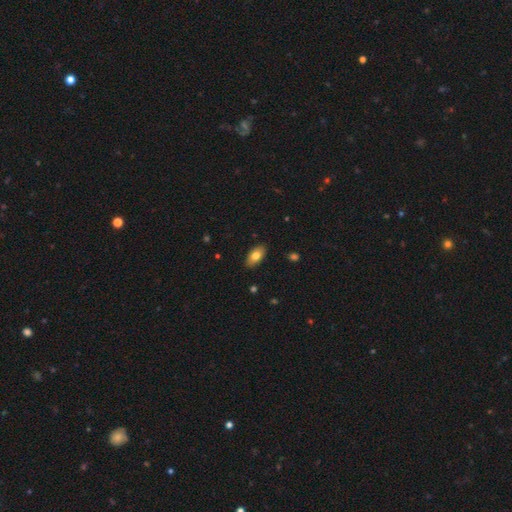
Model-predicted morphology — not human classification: smooth_or_featured: smooth (p=0.79) [alt: featured or disk p=0.14]
how_rounded: in between (p=0.92) [alt: round p=0.04]
merging: none (p=0.88) [alt: minor disturbance p=0.10]